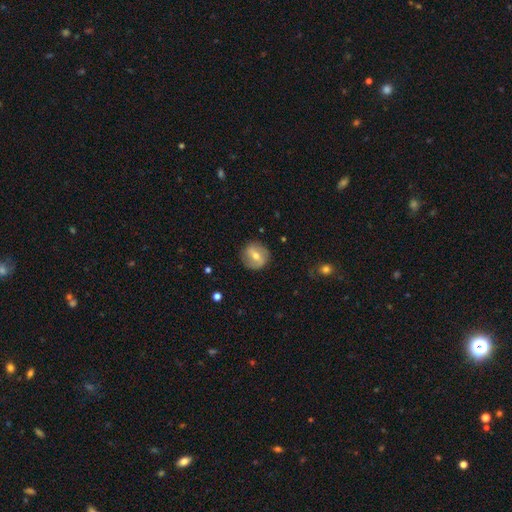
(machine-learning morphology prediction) This is possibly a featured or disk galaxy (49%). Merging: clearly none (85%).